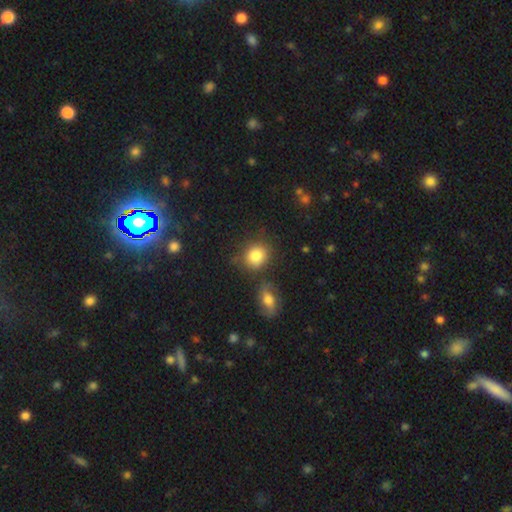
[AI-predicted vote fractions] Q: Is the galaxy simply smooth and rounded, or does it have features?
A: smooth — 84%.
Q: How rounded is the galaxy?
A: round — 69%.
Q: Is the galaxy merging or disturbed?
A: none — 70%.